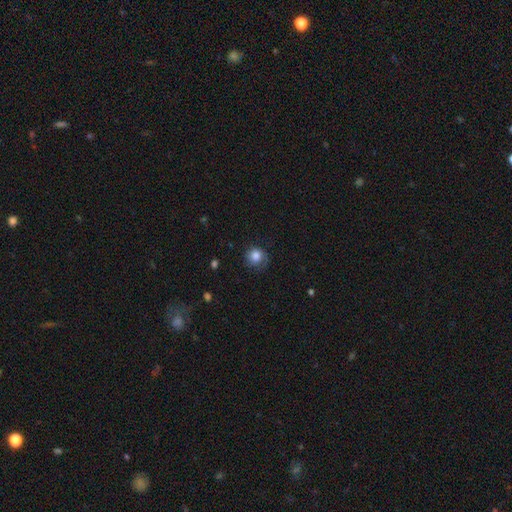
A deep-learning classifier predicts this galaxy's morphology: smooth 78%, featured or disk 13%, star or artifact 9%. Down the decision tree: how rounded — round (83%); merging — none (63%).